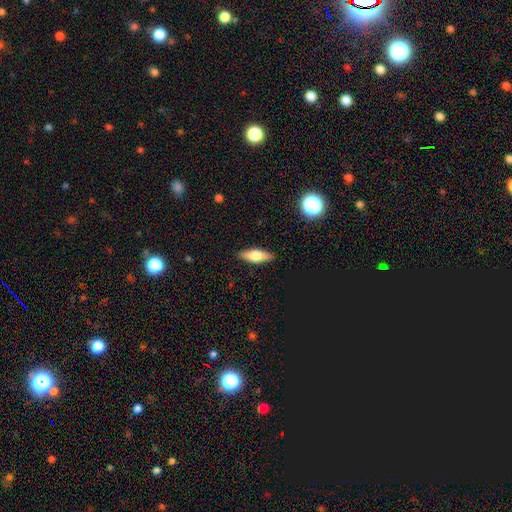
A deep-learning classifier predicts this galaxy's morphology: type=smooth (59%); roundness=in between (56%); merging=none (89%).